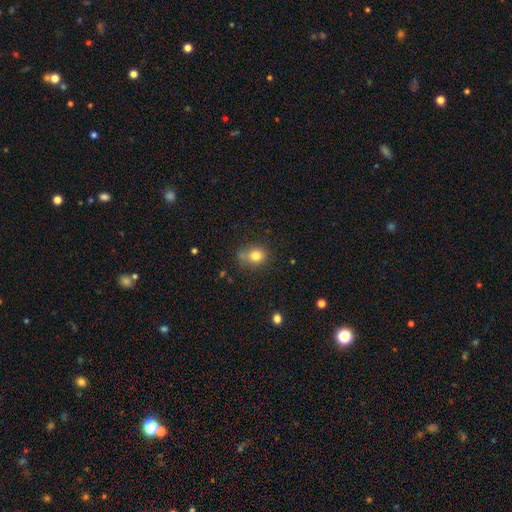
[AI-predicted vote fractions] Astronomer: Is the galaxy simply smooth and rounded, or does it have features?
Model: smooth — 79%.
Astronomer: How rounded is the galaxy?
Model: round — 65%.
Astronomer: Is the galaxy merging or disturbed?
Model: none — 60%.